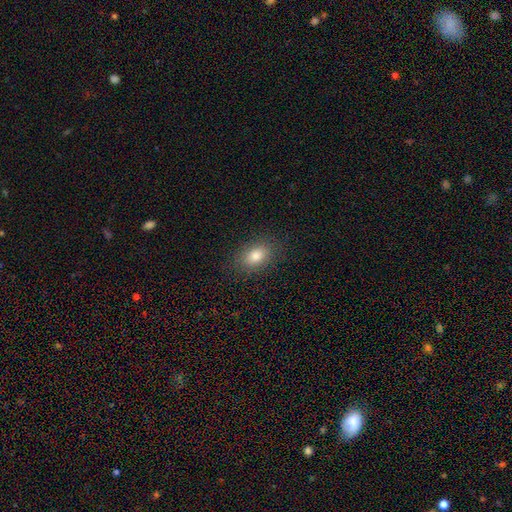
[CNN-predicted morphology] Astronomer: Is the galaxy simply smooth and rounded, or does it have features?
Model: smooth — 82%.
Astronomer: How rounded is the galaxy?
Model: in between — 84%.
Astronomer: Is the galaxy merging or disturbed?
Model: none — 87%.